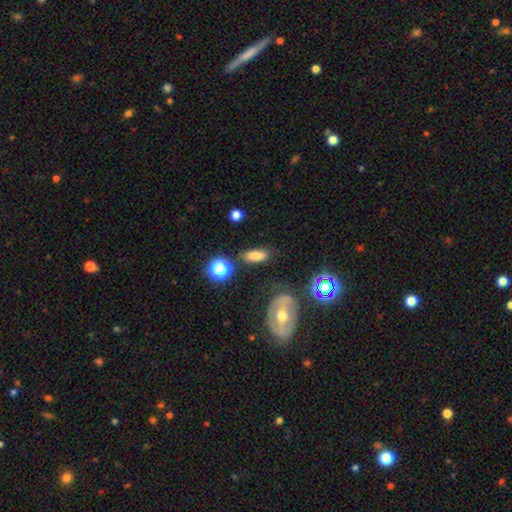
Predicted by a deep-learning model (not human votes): A smooth galaxy with no disk features (75%) that is in between round and cigar-shaped (69%).

Vote fractions:
- Smooth or featured? smooth: 75% / featured or disk: 13% / star or artifact: 11%
- How rounded? in between: 69% / cigar-shaped: 25% / round: 7%
- Merging? none: 76% / minor disturbance: 14% / major disturbance: 5% / merger: 5%